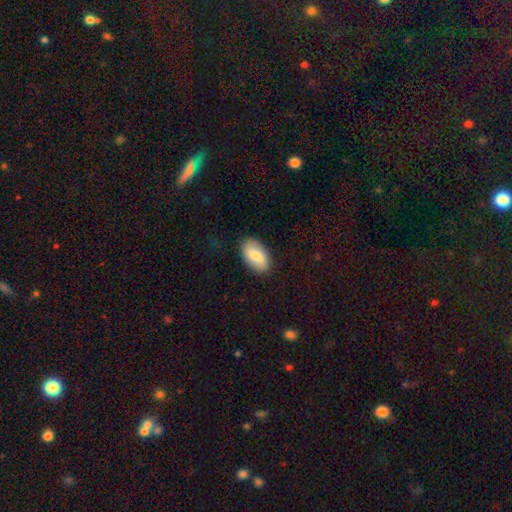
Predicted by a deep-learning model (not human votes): Overall: smooth (73%). How rounded: in between (94%). Merging: none (87%).